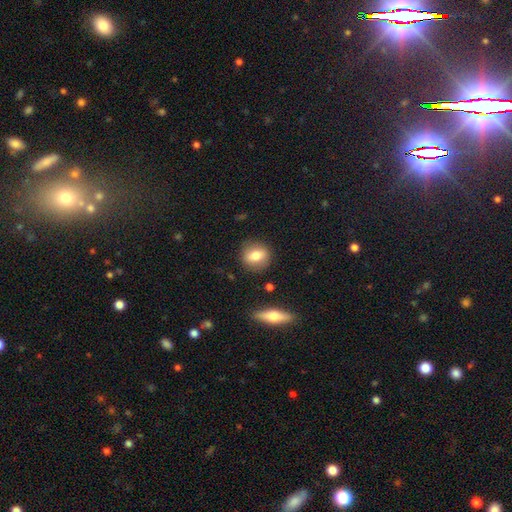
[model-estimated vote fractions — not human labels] smooth 72%, featured or disk 20%, star or artifact 8%. Down the decision tree: how rounded — round (65%); merging — none (86%).